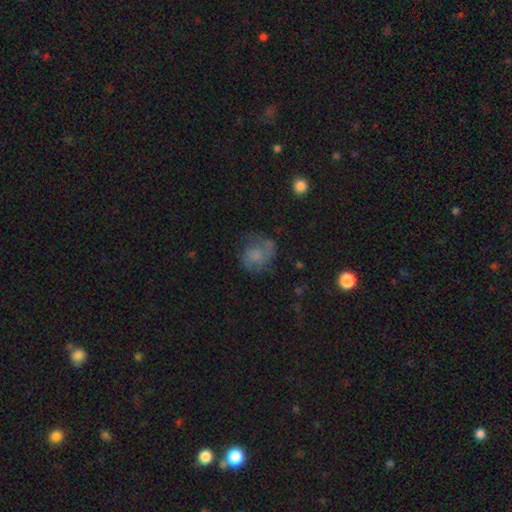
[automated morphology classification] Q: Smooth or featured?
A: smooth (50%); runner-up: featured or disk (39%)
Q: Merging?
A: none (46%); runner-up: major disturbance (25%)